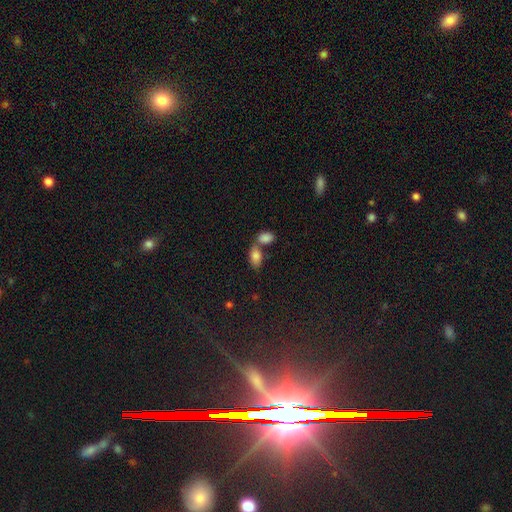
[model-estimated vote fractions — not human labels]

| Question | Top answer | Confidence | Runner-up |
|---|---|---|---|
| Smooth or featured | smooth | 83% | featured or disk (9%) |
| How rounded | in between | 91% | round (6%) |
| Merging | merger | 45% | none (40%) |